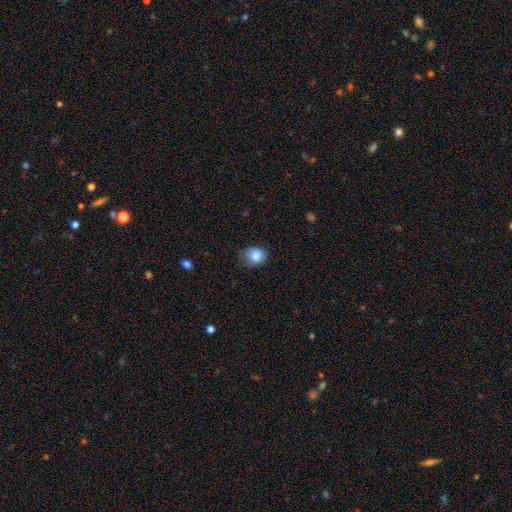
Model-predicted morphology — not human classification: smooth 83%, star or artifact 9%, featured or disk 8%. Down the decision tree: how rounded — round (62%); merging — none (71%).